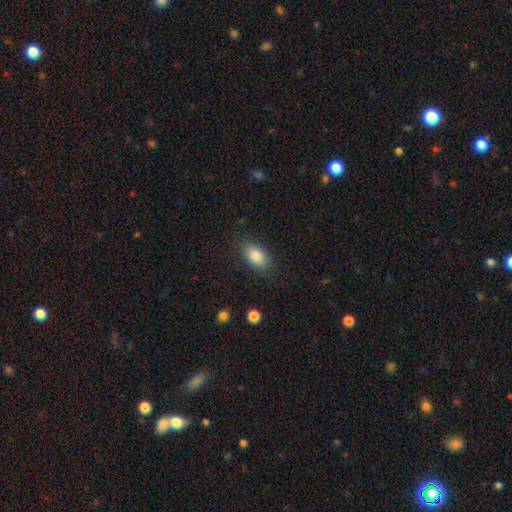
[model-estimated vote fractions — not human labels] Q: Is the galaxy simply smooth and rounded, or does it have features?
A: smooth — 86%.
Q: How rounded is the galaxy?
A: in between — 90%.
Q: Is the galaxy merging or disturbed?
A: none — 84%.